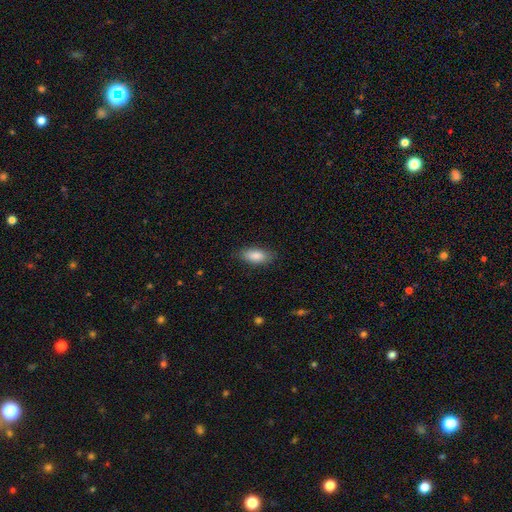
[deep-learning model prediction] Smooth or featured: smooth — 86% (featured or disk — 7%)
How rounded: in between — 85% (cigar-shaped — 13%)
Merging: none — 83% (minor disturbance — 13%)